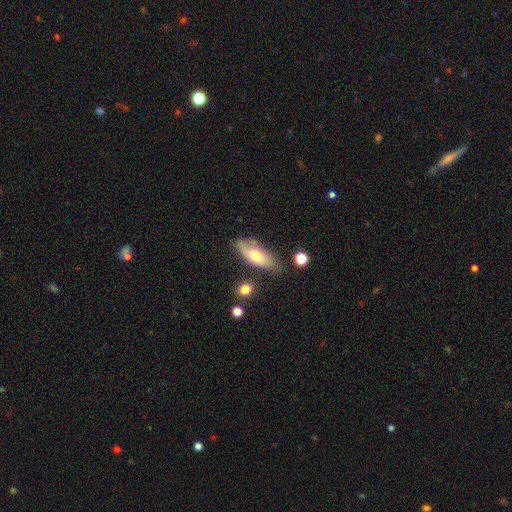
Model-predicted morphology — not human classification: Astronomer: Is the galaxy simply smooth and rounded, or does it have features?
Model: smooth — 59% (runner-up: featured or disk, 34%).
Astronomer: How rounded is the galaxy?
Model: in between — 73%.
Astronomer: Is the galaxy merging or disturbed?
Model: none — 66%.